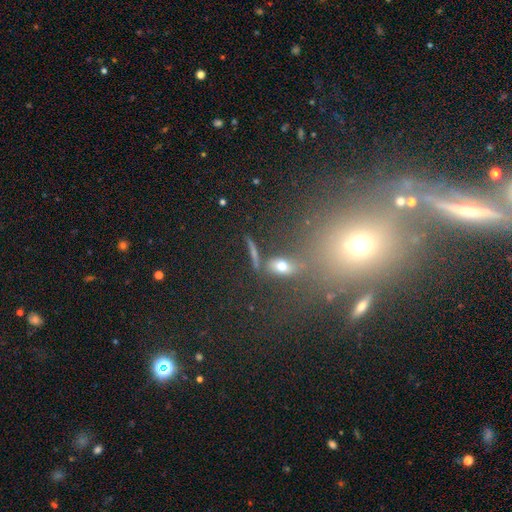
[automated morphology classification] type=smooth (38%); merging=none (68%).